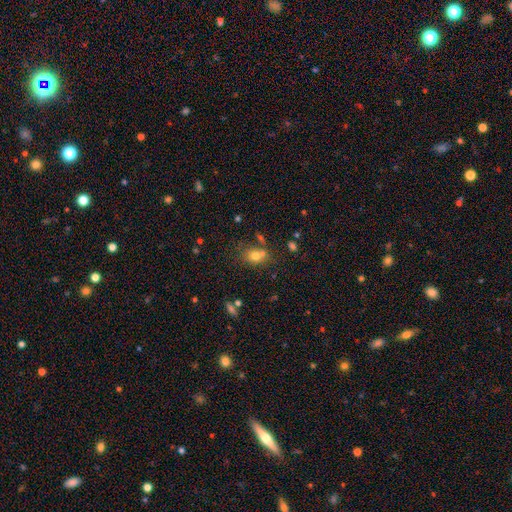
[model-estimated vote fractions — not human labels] This appears to be a smooth galaxy with no disk features (72%) that is in between round and cigar-shaped (51%). Merging: none (53%).